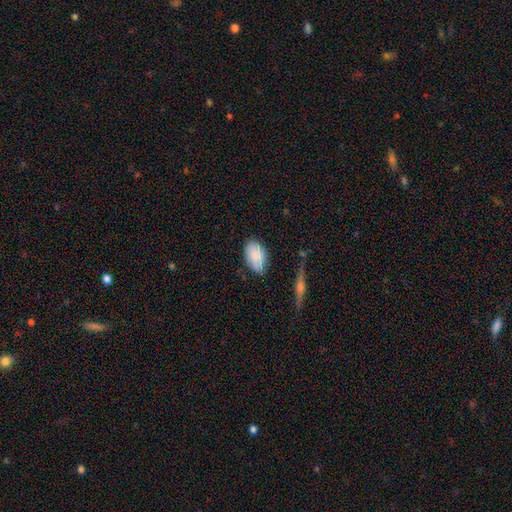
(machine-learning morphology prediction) A smooth galaxy with no disk features (83%) that is in between round and cigar-shaped (93%). Merging: none (71%).